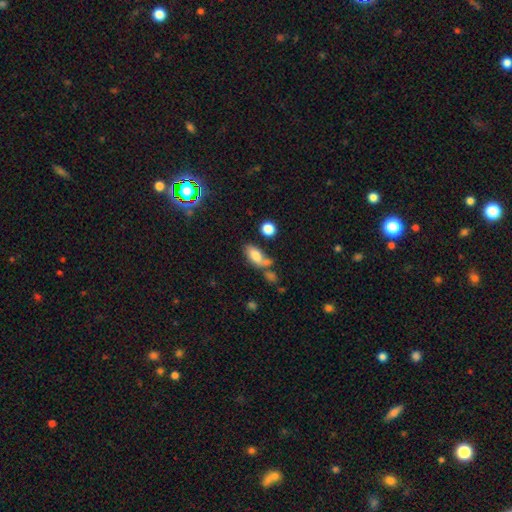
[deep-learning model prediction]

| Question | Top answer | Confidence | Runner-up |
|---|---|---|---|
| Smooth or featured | smooth | 74% | featured or disk (16%) |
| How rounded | in between | 84% | cigar-shaped (10%) |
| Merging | none | 44% | merger (29%) |